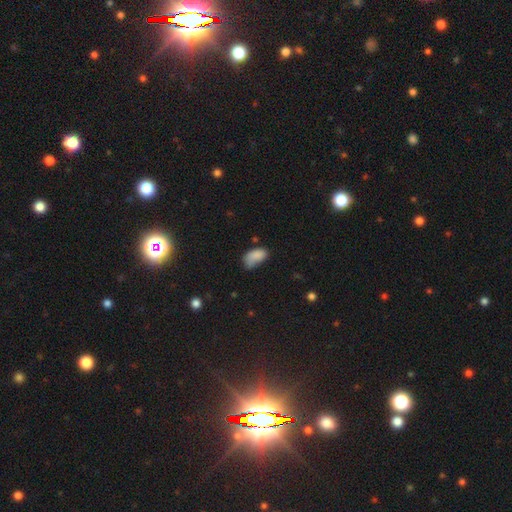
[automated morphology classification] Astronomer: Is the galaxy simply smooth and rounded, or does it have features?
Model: smooth — 83%.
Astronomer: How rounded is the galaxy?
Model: in between — 93%.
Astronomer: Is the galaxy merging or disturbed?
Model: none — 40% (runner-up: minor disturbance, 39%).